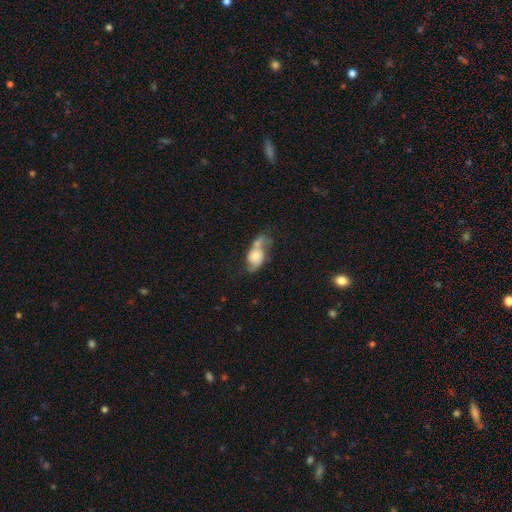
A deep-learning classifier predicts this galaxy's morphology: Smooth or featured? smooth (52%)
How rounded? in between (72%)
Merging? merger (44%)